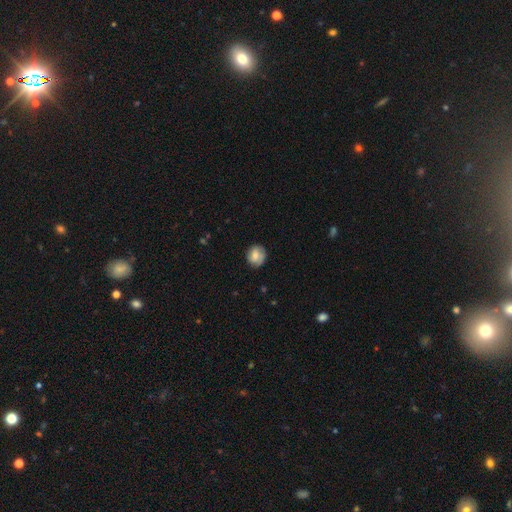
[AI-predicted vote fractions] A smooth galaxy with no disk features (66%) that is round (79%).

Vote fractions:
- Smooth or featured? smooth: 66% / featured or disk: 26% / star or artifact: 8%
- How rounded? round: 79% / in between: 20% / cigar-shaped: 1%
- Merging? none: 77% / minor disturbance: 18% / major disturbance: 4% / merger: 1%